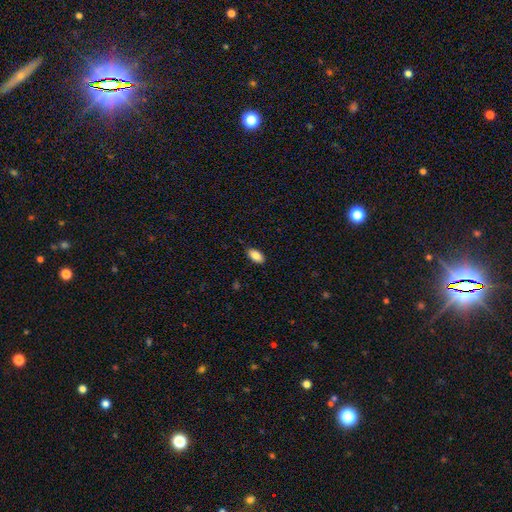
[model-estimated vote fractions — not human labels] This is clearly a smooth galaxy (86%). How rounded: clearly in between (93%). Merging: clearly none (86%).